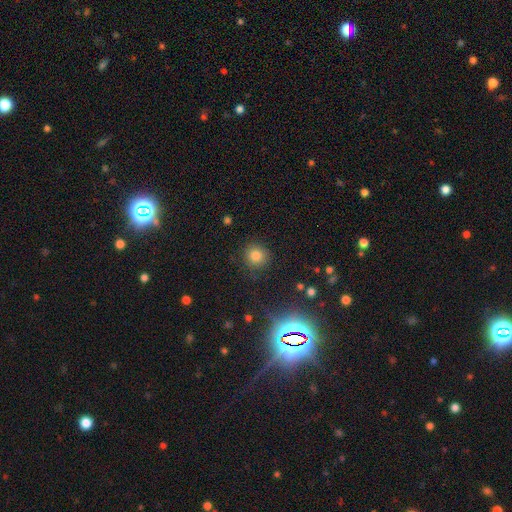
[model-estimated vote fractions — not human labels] smooth_or_featured: smooth (p=0.79) [alt: star or artifact p=0.15]
how_rounded: round (p=0.91) [alt: in between p=0.08]
merging: none (p=0.89) [alt: minor disturbance p=0.07]